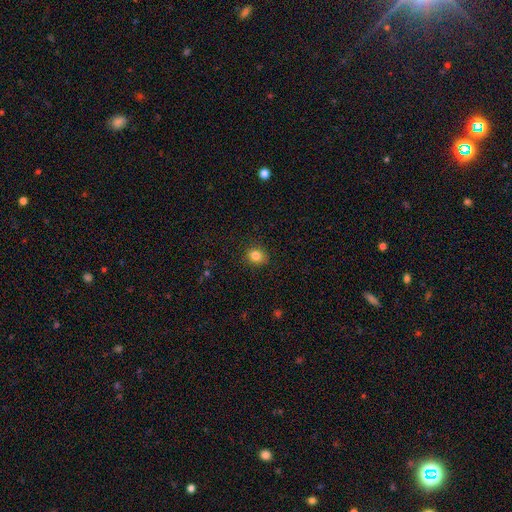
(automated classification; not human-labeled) Q: Smooth or featured?
A: smooth (84%); runner-up: star or artifact (11%)
Q: How rounded?
A: round (70%); runner-up: in between (29%)
Q: Merging?
A: none (86%); runner-up: minor disturbance (10%)